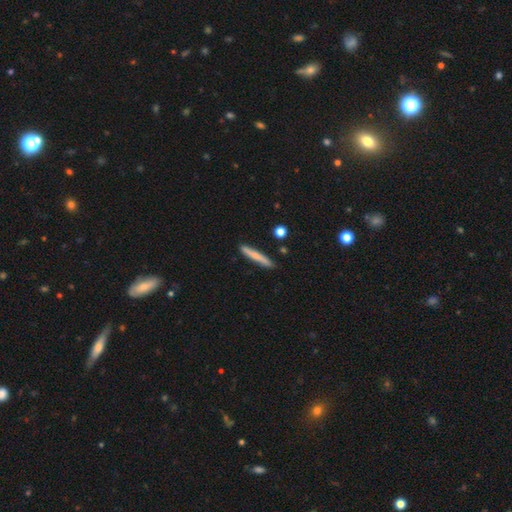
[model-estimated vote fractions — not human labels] A smooth galaxy with no disk features (71%) that is cigar-shaped (95%).

Vote fractions:
- Smooth or featured? smooth: 71% / featured or disk: 23% / star or artifact: 6%
- How rounded? cigar-shaped: 95% / in between: 4% / round: 1%
- Merging? none: 87% / minor disturbance: 9% / merger: 2% / major disturbance: 2%